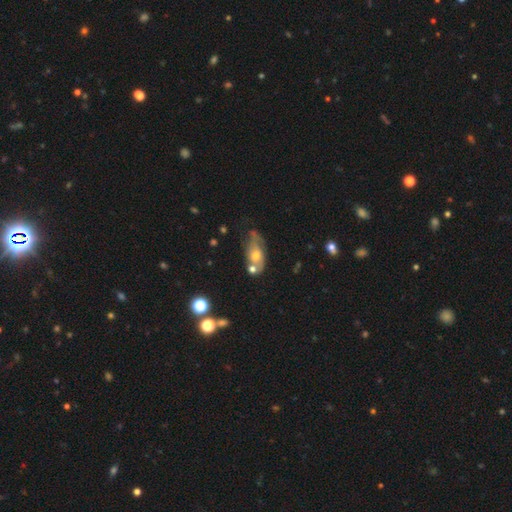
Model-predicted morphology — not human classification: A smooth galaxy with no disk features (47%). Merging: none (40%).